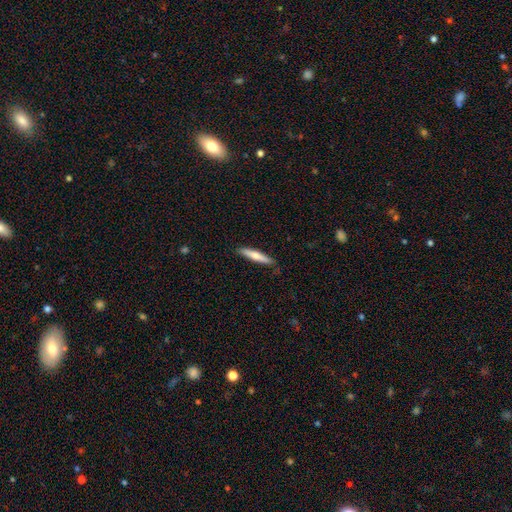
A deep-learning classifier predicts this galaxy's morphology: A smooth galaxy with no disk features (61%) that is cigar-shaped (89%).

Vote fractions:
- Smooth or featured? smooth: 61% / featured or disk: 34% / star or artifact: 5%
- How rounded? cigar-shaped: 89% / in between: 10% / round: 1%
- Merging? none: 84% / minor disturbance: 12% / major disturbance: 2% / merger: 1%